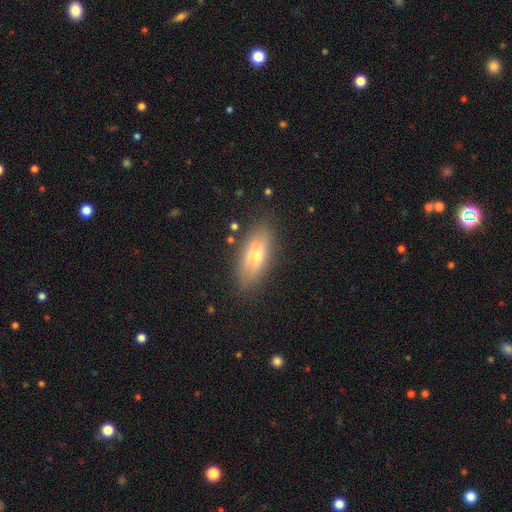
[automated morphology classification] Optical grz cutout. It shows a smooth galaxy with no disk features (55%) that is in between round and cigar-shaped (72%). Merging: none (71%).